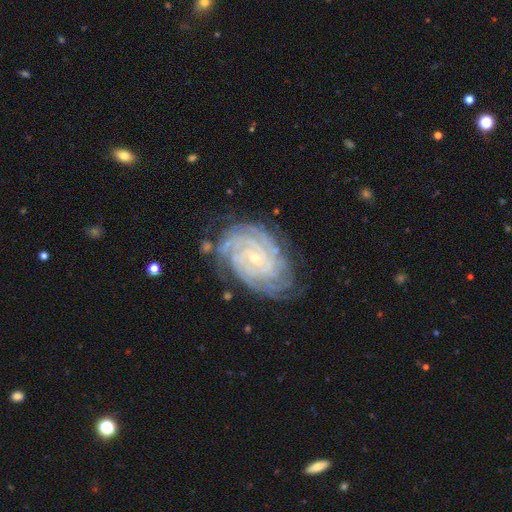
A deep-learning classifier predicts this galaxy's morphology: type=featured or disk (89%); edge-on=no (97%); bar=no (64%); spiral arms=yes (98%); winding=tight (84%); arm count=4 (27%); bulge=small (79%); merging=none (76%).